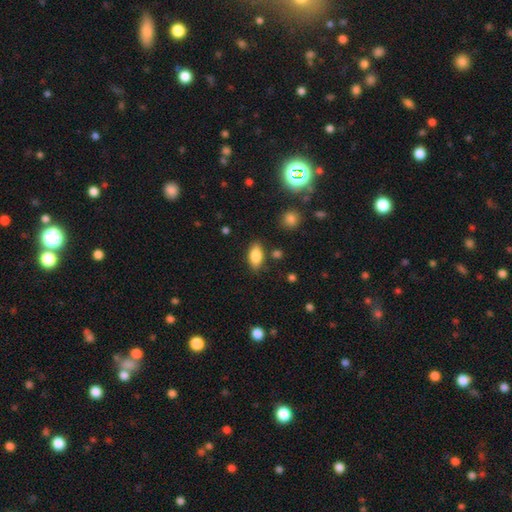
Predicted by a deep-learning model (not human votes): Morphology: type=smooth (84%); roundness=in between (90%); merging=none (81%).